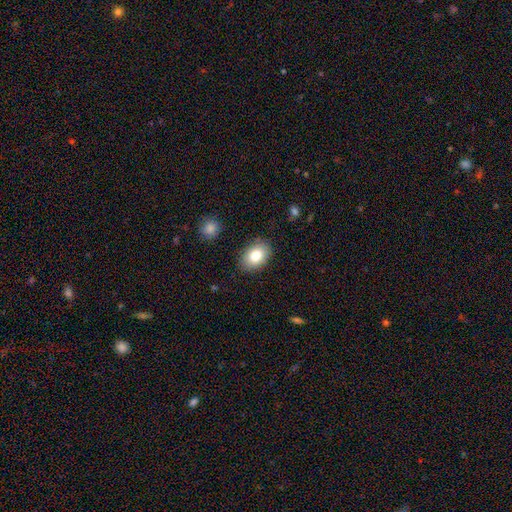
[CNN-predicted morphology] Smooth or featured? smooth (82%)
How rounded? in between (85%)
Merging? none (86%)